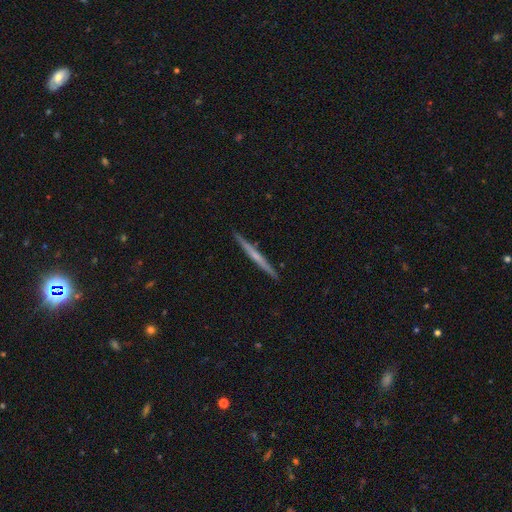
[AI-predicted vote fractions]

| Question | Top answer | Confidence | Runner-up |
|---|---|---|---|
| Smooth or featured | featured or disk | 60% | smooth (34%) |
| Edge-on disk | yes | 98% | no (2%) |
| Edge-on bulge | none | 67% | rounded (28%) |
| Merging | none | 92% | minor disturbance (6%) |